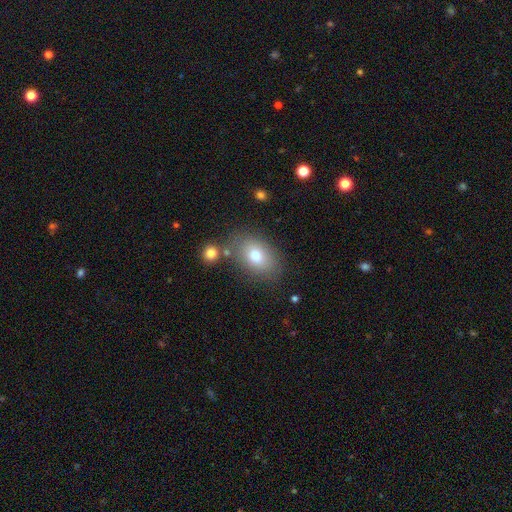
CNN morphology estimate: type=smooth (75%); roundness=in between (80%); merging=none (73%).